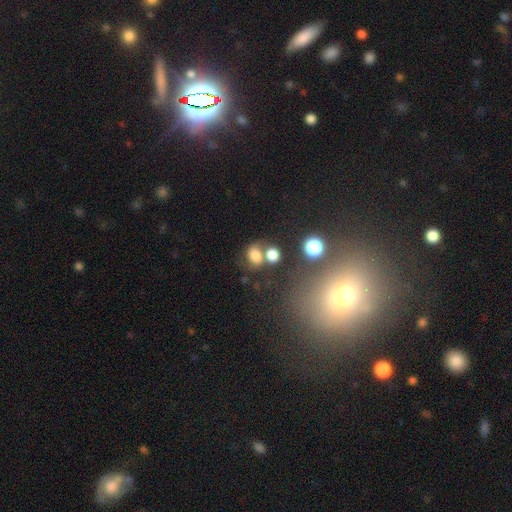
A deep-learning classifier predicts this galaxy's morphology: This appears to be a smooth galaxy with no disk features (73%) that is round (50%). Merging: none (43%).